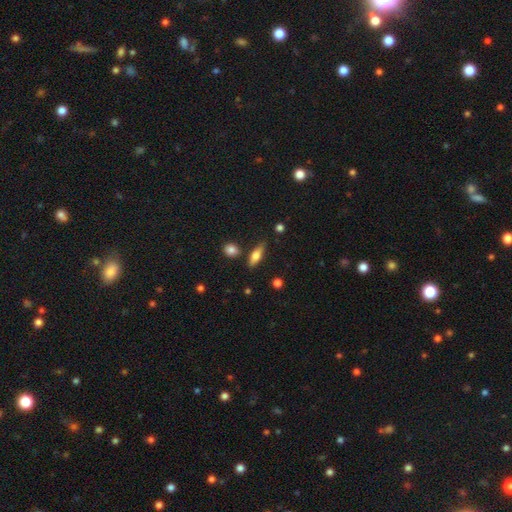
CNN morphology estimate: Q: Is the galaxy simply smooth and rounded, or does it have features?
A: smooth — 56%.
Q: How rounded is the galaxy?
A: in between — 52%.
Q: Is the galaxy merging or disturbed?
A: none — 75%.